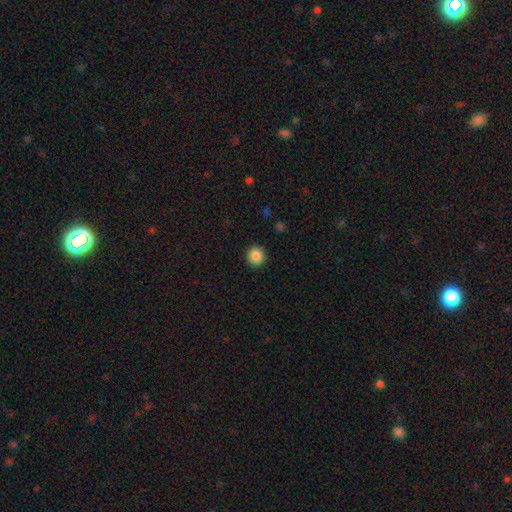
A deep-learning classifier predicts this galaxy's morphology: Q: Smooth or featured?
A: smooth (87%); runner-up: star or artifact (9%)
Q: How rounded?
A: round (92%); runner-up: in between (8%)
Q: Merging?
A: none (92%); runner-up: minor disturbance (5%)